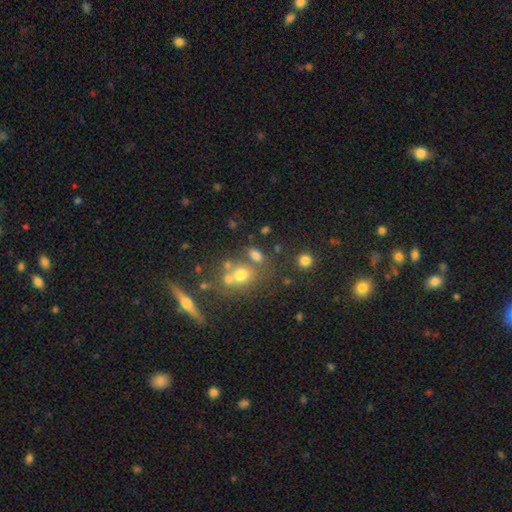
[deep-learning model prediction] smooth-or-featured: smooth: 71% | star or artifact: 16% | featured or disk: 13%
  how-rounded: in between: 74% | round: 22% | cigar-shaped: 4%
  merging: none: 57% | merger: 25% | minor disturbance: 12% | major disturbance: 6%